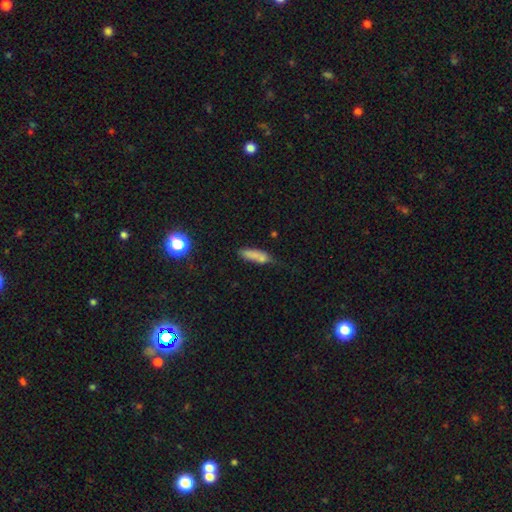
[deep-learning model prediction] Smooth or featured? smooth (75%)
How rounded? cigar-shaped (53%)
Merging? none (51%)